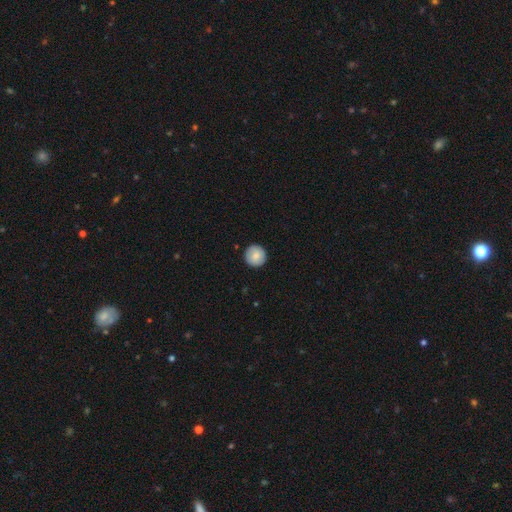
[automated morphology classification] The model was most divided on "smooth or featured": smooth: 82%, featured or disk: 11%, star or artifact: 7%. More confident: how rounded — round (95%); merging — none (91%).